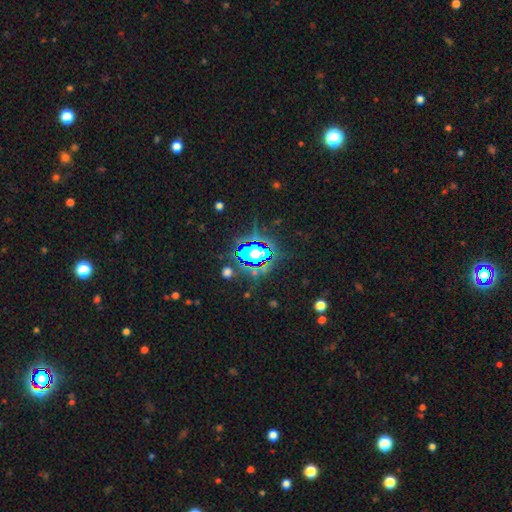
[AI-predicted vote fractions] smooth_or_featured: star or artifact (p=0.67) [alt: smooth p=0.21]